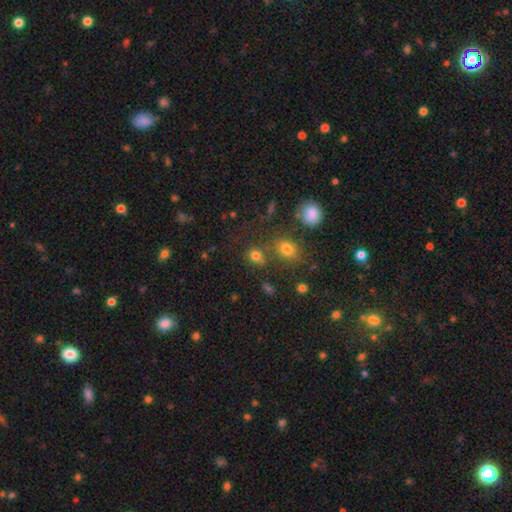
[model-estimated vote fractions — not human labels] Smooth or featured: smooth — 75% (star or artifact — 18%)
How rounded: round — 69% (in between — 29%)
Merging: none — 64% (merger — 18%)